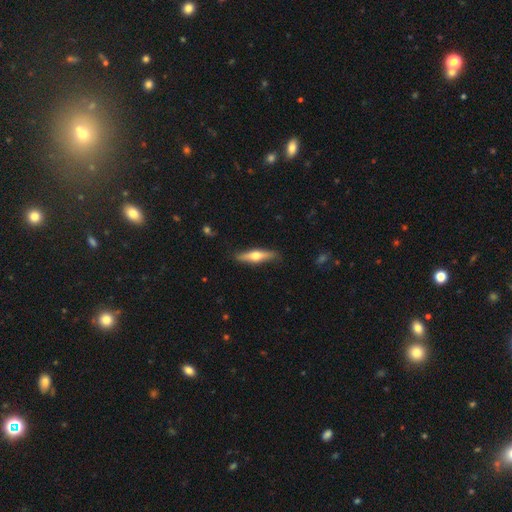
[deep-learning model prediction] Smooth or featured? featured or disk (57%)
Edge-on disk? yes (94%)
Edge-on bulge? rounded (95%)
Merging? none (88%)